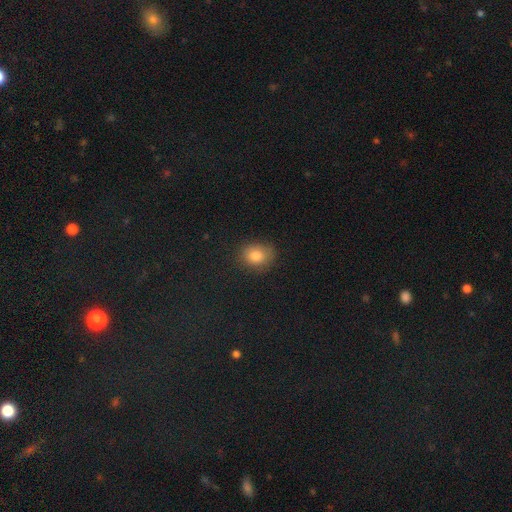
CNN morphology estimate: Smooth or featured?
  - smooth: 82% *
  - star or artifact: 11%
  - featured or disk: 7%
How rounded?
  - round: 58% *
  - in between: 41%
  - cigar-shaped: 1%
Merging?
  - none: 78% *
  - minor disturbance: 17%
  - major disturbance: 4%
  - merger: 1%